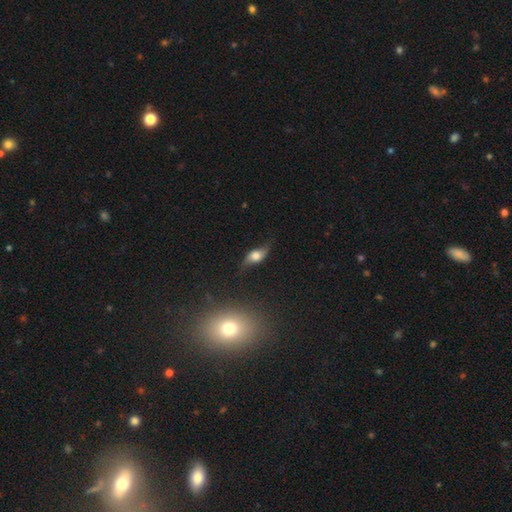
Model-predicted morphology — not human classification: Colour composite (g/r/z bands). It shows a featured or disk galaxy (57%). Merging: none (65%).